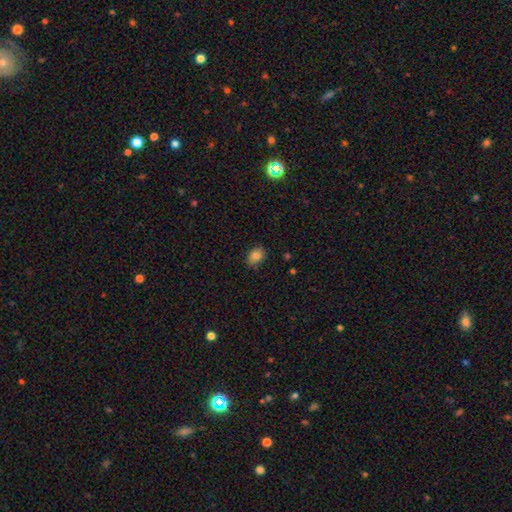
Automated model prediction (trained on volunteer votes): The model was most divided on "how rounded": in between: 64%, round: 35%, cigar-shaped: 1%. More confident: smooth or featured — smooth (83%); merging — none (79%).